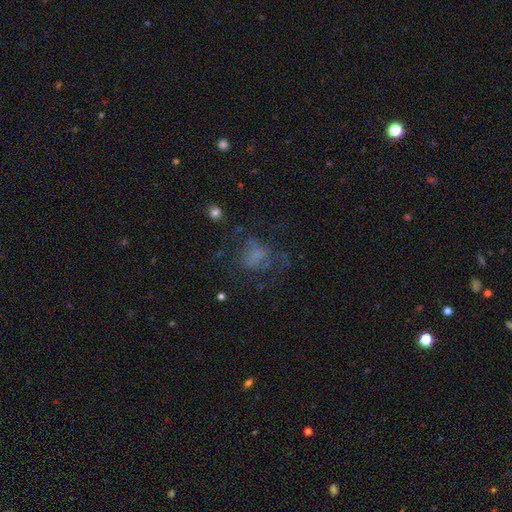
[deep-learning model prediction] Overall: smooth (44%; featured or disk 35%). Merging: none (43%; major disturbance 35%).